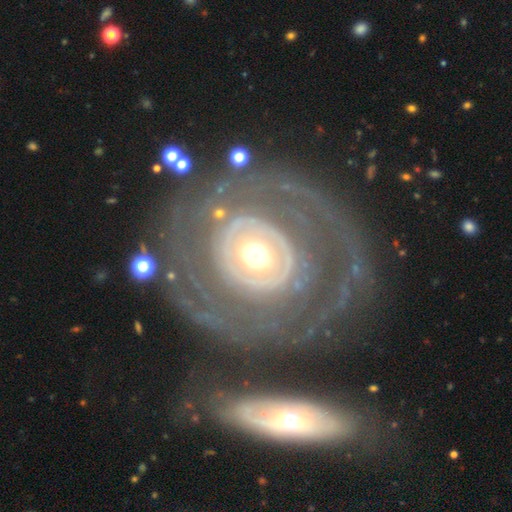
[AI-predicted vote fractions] smooth-or-featured: featured or disk: 82% | smooth: 13% | star or artifact: 5%
  disk-edge-on: no: 96% | yes: 4%
    bar: no: 80% | weak: 13% | strong: 8%
    has-spiral-arms: yes: 60% | no: 40%
    bulge-size: moderate: 66% | large: 20% | small: 11% | dominant: 3% | none: 1%
  merging: none: 65% | major disturbance: 14% | minor disturbance: 13% | merger: 8%